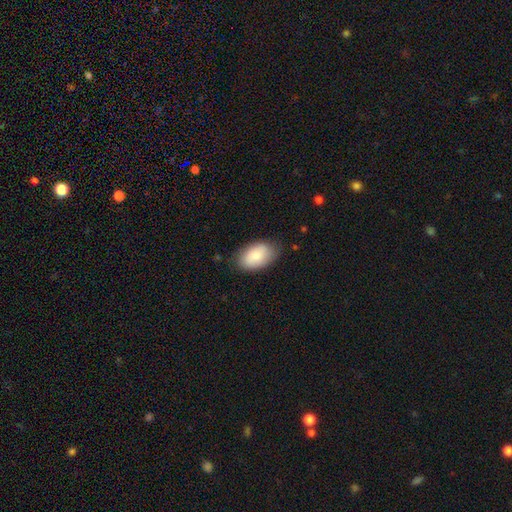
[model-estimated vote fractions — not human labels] smooth-or-featured: smooth: 82% | featured or disk: 12% | star or artifact: 6%
  how-rounded: in between: 93% | round: 6% | cigar-shaped: 1%
  merging: none: 78% | minor disturbance: 18% | major disturbance: 3% | merger: 1%